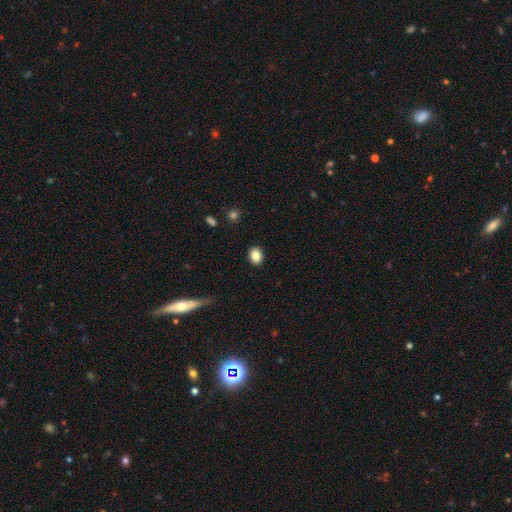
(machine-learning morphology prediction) smooth_or_featured: smooth (p=0.85) [alt: star or artifact p=0.09]
how_rounded: in between (p=0.58) [alt: round p=0.41]
merging: none (p=0.90) [alt: minor disturbance p=0.07]